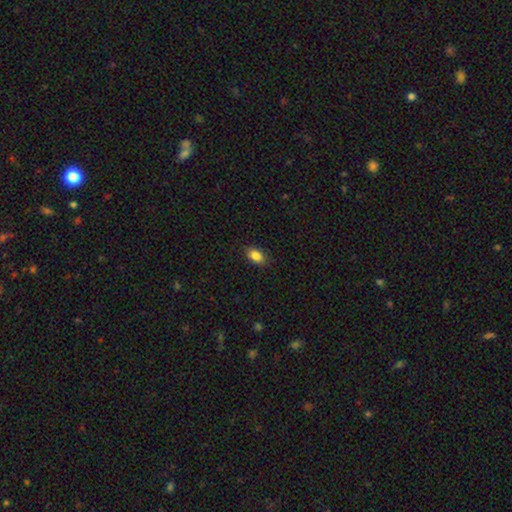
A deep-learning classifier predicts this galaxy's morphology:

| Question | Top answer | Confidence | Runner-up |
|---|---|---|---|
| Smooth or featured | smooth | 86% | star or artifact (8%) |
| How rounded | in between | 89% | round (8%) |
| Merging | none | 87% | minor disturbance (10%) |